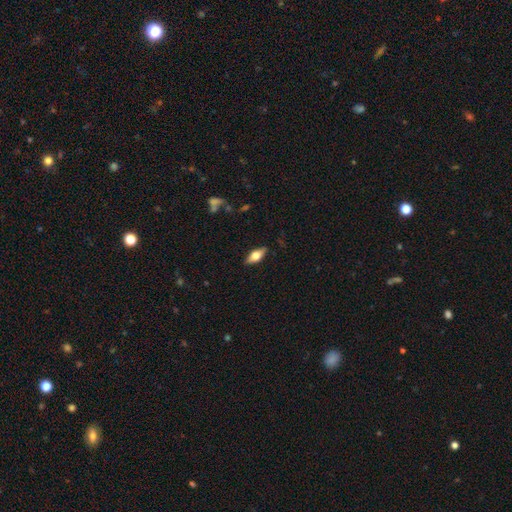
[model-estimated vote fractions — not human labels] smooth-or-featured: smooth: 51% | featured or disk: 42% | star or artifact: 7%
  how-rounded: in between: 74% | cigar-shaped: 23% | round: 4%
  merging: none: 87% | minor disturbance: 10% | major disturbance: 2% | merger: 1%